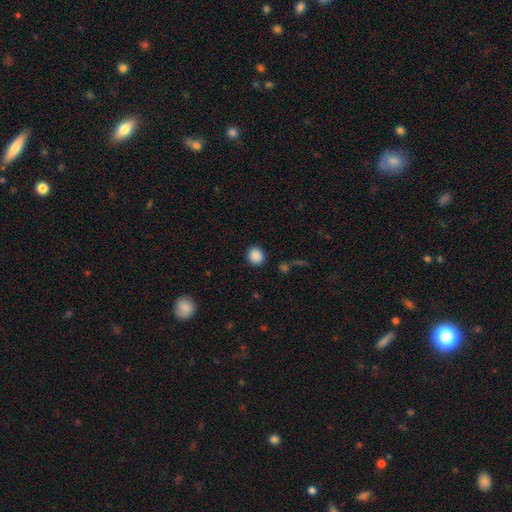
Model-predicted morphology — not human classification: Smooth or featured? Predicted: smooth (p=0.88). How rounded? Predicted: round (p=0.78). Merging? Predicted: none (p=0.89).